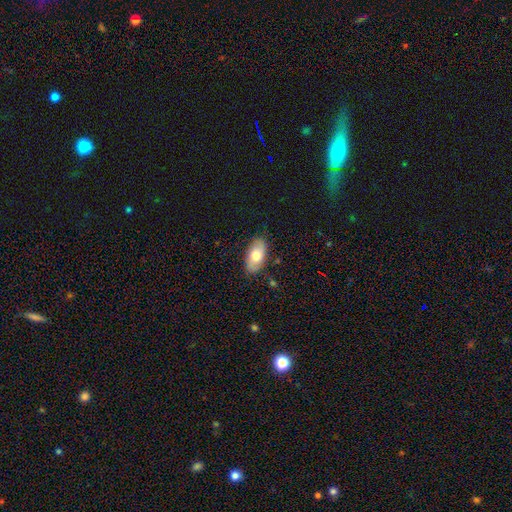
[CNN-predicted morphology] A smooth galaxy with no disk features (67%) that is in between round and cigar-shaped (93%). Merging: none (82%).